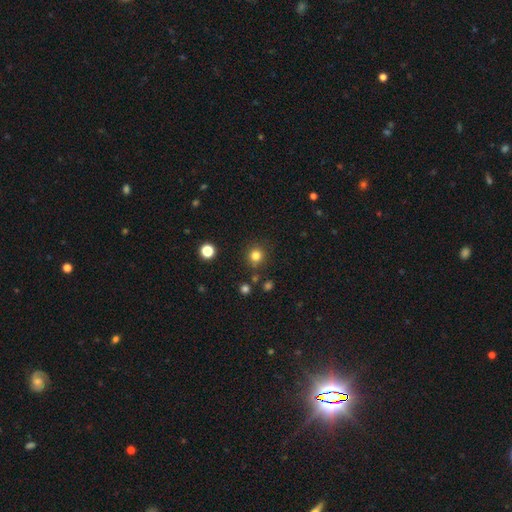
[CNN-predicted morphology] smooth_or_featured: smooth (p=0.81) [alt: star or artifact p=0.14]
how_rounded: round (p=0.92) [alt: in between p=0.07]
merging: none (p=0.86) [alt: minor disturbance p=0.08]